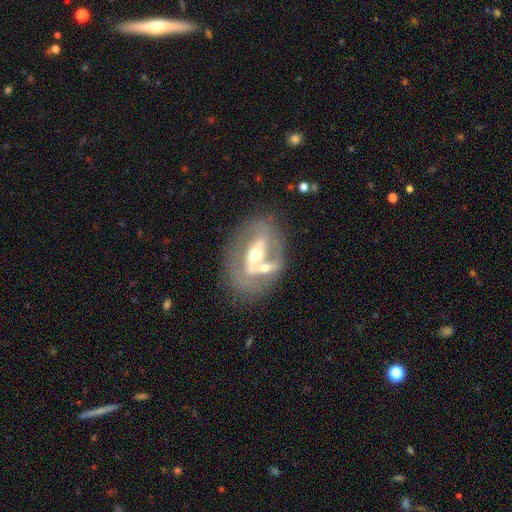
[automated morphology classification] This appears to be a featured or disk galaxy (75%) with no bar (36%, tied with strong), spiral arms (52%) and a moderate central bulge (68%). Merging: none (49%).